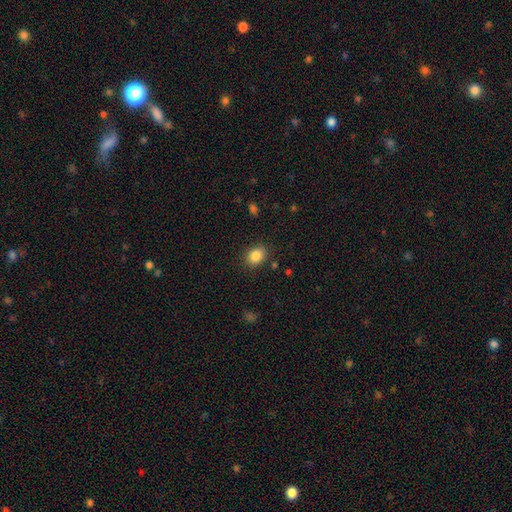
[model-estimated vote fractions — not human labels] smooth_or_featured: smooth (p=0.86) [alt: star or artifact p=0.09]
how_rounded: in between (p=0.59) [alt: round p=0.40]
merging: none (p=0.85) [alt: minor disturbance p=0.10]